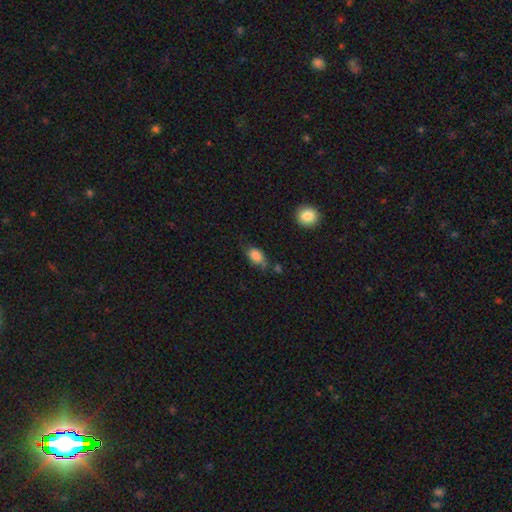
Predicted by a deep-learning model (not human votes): A smooth galaxy with no disk features (80%) that is in between round and cigar-shaped (80%).

Vote fractions:
- Smooth or featured? smooth: 80% / featured or disk: 10% / star or artifact: 10%
- How rounded? in between: 80% / round: 16% / cigar-shaped: 4%
- Merging? none: 48% / minor disturbance: 32% / major disturbance: 13% / merger: 7%